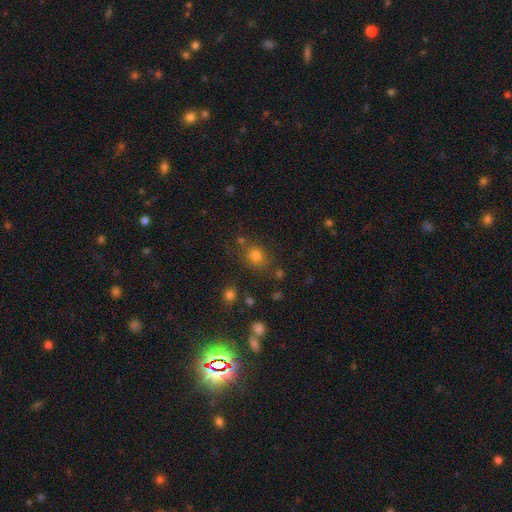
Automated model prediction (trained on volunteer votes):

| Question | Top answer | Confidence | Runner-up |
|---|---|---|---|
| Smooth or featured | smooth | 79% | star or artifact (15%) |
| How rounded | round | 74% | in between (25%) |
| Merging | none | 74% | minor disturbance (12%) |